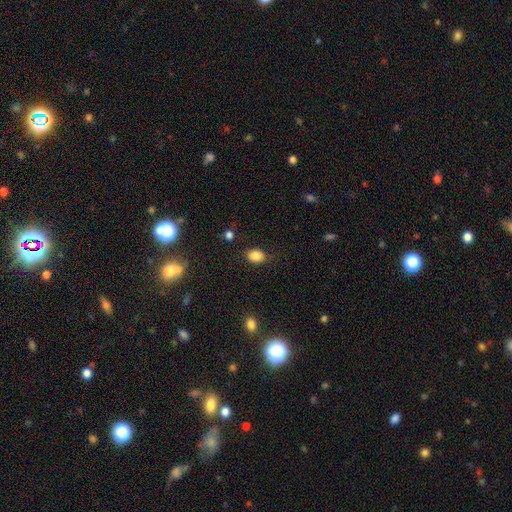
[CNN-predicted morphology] type=smooth (85%); roundness=in between (65%); merging=none (77%).